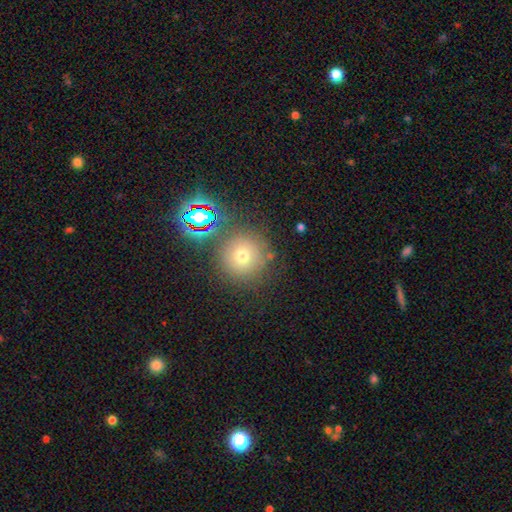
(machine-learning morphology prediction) The model was most divided on "smooth or featured": smooth: 61%, star or artifact: 26%, featured or disk: 12%. More confident: how rounded — round (95%); merging — none (82%).